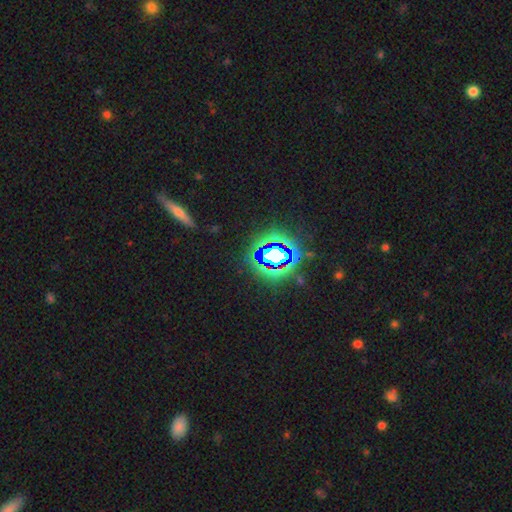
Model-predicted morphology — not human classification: The model was most divided on "smooth or featured": star or artifact: 75%, smooth: 15%, featured or disk: 10%.